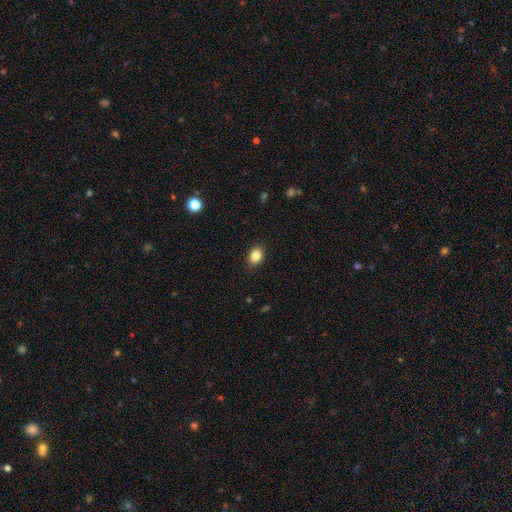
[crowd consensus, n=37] smooth-or-featured: smooth: 81% | featured or disk: 14% | star or artifact: 5%
  how-rounded: in between: 60% | round: 40% | cigar-shaped: 0%
  merging: none: 89% | minor disturbance: 6% | major disturbance: 3% | merger: 3%